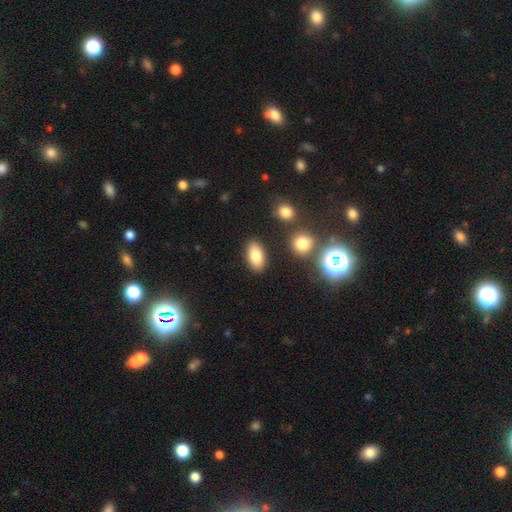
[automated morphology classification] A smooth galaxy with no disk features (81%) that is in between round and cigar-shaped (91%).

Vote fractions:
- Smooth or featured? smooth: 81% / featured or disk: 10% / star or artifact: 9%
- How rounded? in between: 91% / round: 6% / cigar-shaped: 4%
- Merging? none: 86% / minor disturbance: 8% / merger: 3% / major disturbance: 3%